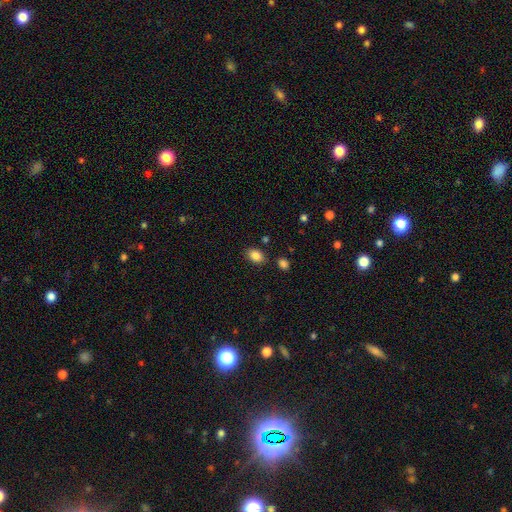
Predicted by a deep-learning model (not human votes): Smooth or featured: smooth — 86% (star or artifact — 9%)
How rounded: in between — 81% (round — 18%)
Merging: none — 83% (minor disturbance — 11%)